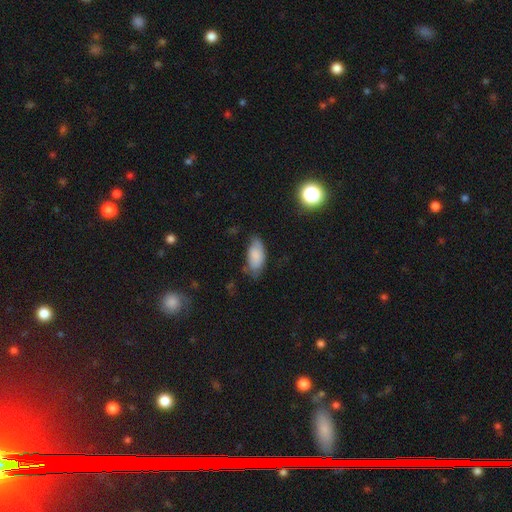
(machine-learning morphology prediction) A smooth galaxy with no disk features (79%) that is in between round and cigar-shaped (92%).

Vote fractions:
- Smooth or featured? smooth: 79% / featured or disk: 13% / star or artifact: 7%
- How rounded? in between: 92% / cigar-shaped: 5% / round: 3%
- Merging? none: 56% / minor disturbance: 33% / major disturbance: 9% / merger: 2%